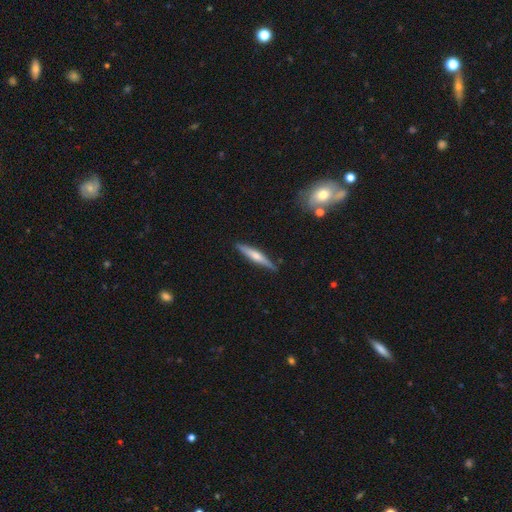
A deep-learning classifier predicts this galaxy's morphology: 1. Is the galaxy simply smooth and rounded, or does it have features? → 55% featured or disk, 40% smooth, 6% star or artifact.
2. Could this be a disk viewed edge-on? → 96% yes, 4% no.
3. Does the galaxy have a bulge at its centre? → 76% rounded, 14% none, 10% boxy.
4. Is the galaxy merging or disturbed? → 85% none, 11% minor disturbance, 2% major disturbance, 2% merger.